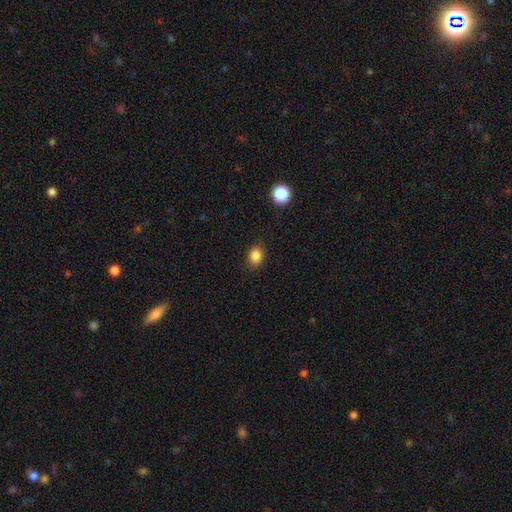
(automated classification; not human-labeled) Overall: smooth (85%). How rounded: in between (59%; round 40%). Merging: none (85%).